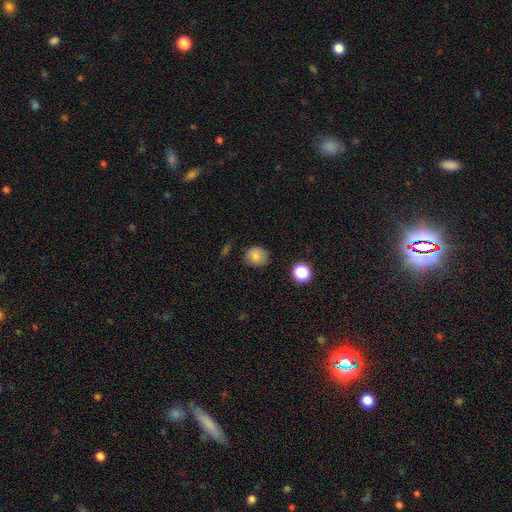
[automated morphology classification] Smooth or featured?
  - smooth: 82% *
  - star or artifact: 11%
  - featured or disk: 7%
How rounded?
  - round: 77% *
  - in between: 22%
  - cigar-shaped: 1%
Merging?
  - none: 79% *
  - minor disturbance: 16%
  - major disturbance: 4%
  - merger: 2%